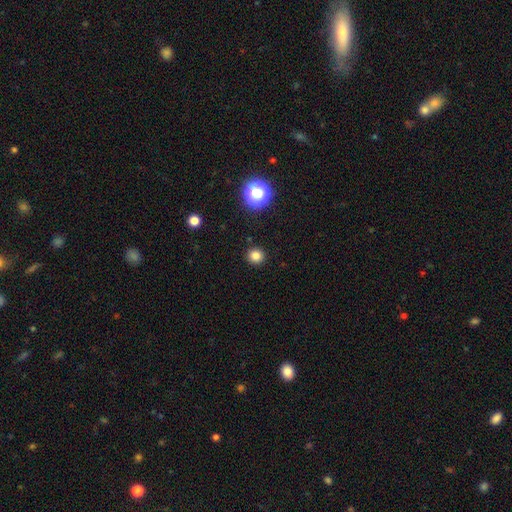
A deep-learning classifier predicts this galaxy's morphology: Smooth or featured? smooth (80%)
How rounded? round (88%)
Merging? none (91%)